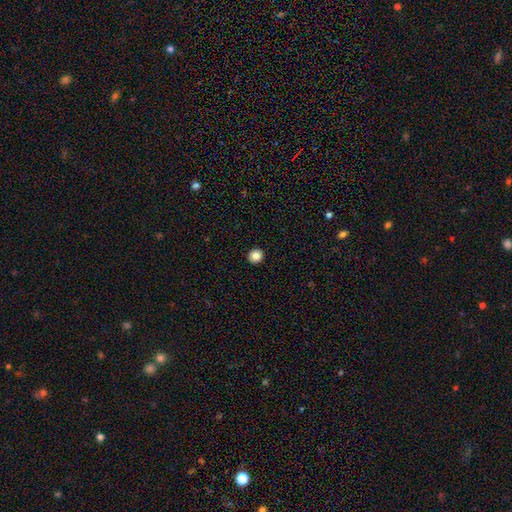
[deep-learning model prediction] This is clearly a smooth galaxy (83%). How rounded: clearly round (91%). Merging: clearly none (93%).